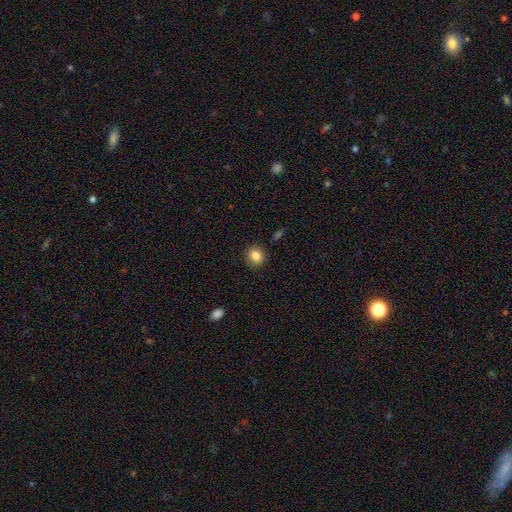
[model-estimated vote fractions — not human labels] Smooth or featured?
  - smooth: 84% *
  - star or artifact: 10%
  - featured or disk: 6%
How rounded?
  - round: 79% *
  - in between: 20%
  - cigar-shaped: 1%
Merging?
  - none: 89% *
  - minor disturbance: 8%
  - major disturbance: 2%
  - merger: 1%